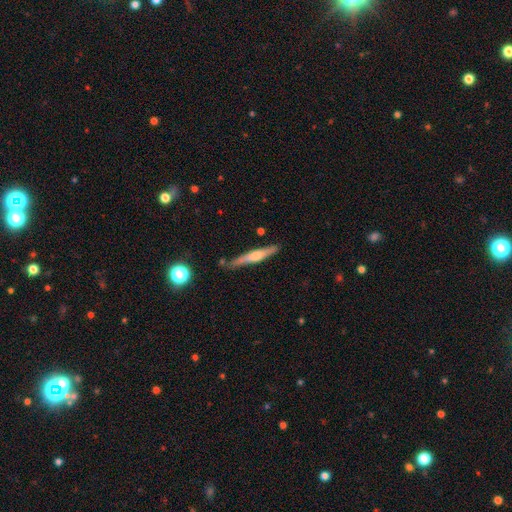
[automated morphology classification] Q: Smooth or featured?
A: featured or disk (54%); runner-up: smooth (40%)
Q: Edge-on disk?
A: yes (96%); runner-up: no (4%)
Q: Edge-on bulge?
A: rounded (74%); runner-up: none (14%)
Q: Merging?
A: none (81%); runner-up: minor disturbance (13%)